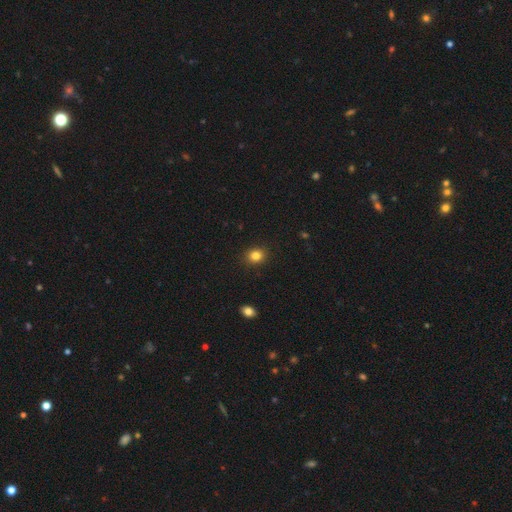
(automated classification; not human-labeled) smooth 83%, star or artifact 12%, featured or disk 5%. Down the decision tree: how rounded — round (67%); merging — none (90%).